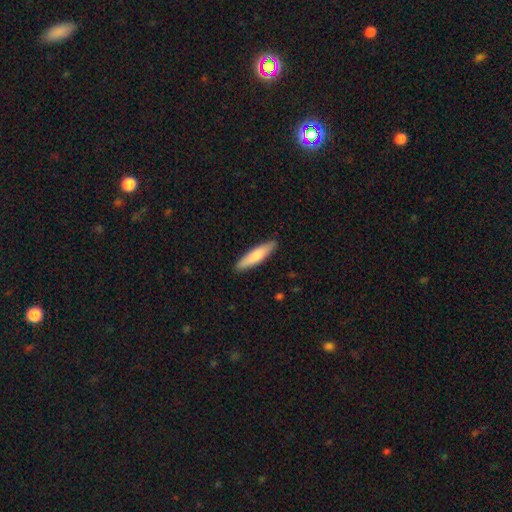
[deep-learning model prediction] Smooth or featured? smooth (77%)
How rounded? cigar-shaped (77%)
Merging? none (89%)